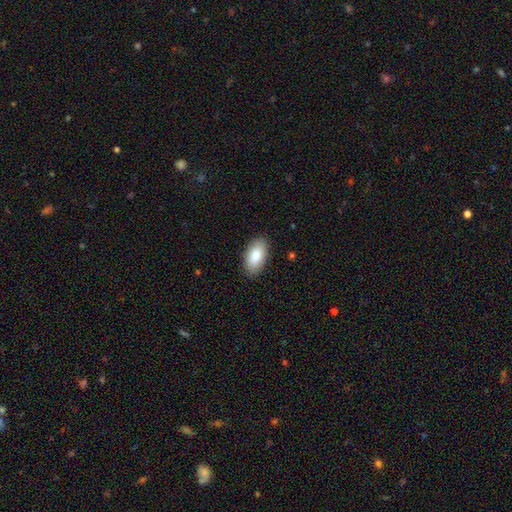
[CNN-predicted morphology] smooth-or-featured: smooth: 84% | featured or disk: 10% | star or artifact: 6%
  how-rounded: in between: 95% | round: 3% | cigar-shaped: 3%
  merging: none: 88% | minor disturbance: 9% | major disturbance: 2% | merger: 1%